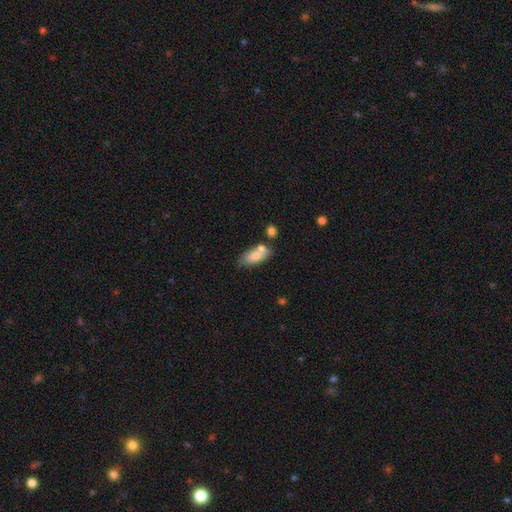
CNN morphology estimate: smooth 73%, featured or disk 20%, star or artifact 7%. Down the decision tree: how rounded — in between (84%); merging — none (51%).